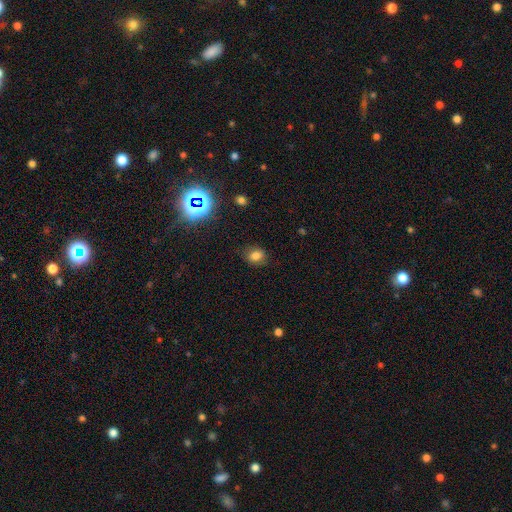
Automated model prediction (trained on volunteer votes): Morphology: type=smooth (77%); roundness=round (55%); merging=none (82%).